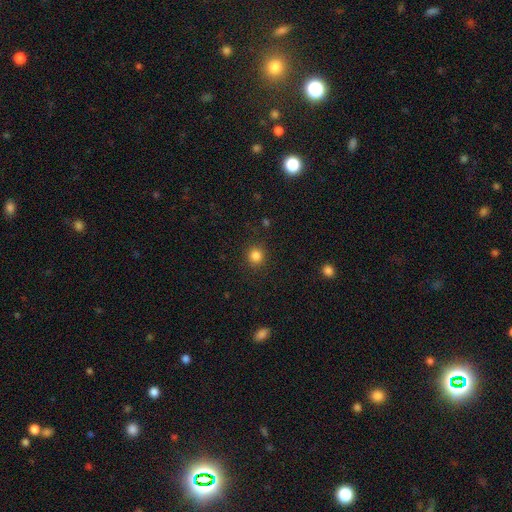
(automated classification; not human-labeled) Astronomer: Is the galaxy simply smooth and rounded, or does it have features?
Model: smooth — 84%.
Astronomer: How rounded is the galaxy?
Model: round — 90%.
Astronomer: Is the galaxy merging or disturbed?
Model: none — 90%.